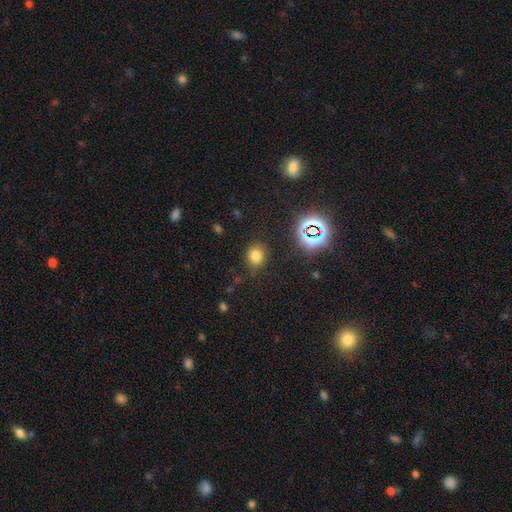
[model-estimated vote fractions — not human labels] Smooth or featured? Predicted: smooth (p=0.73). How rounded? Predicted: round (p=0.72). Merging? Predicted: none (p=0.79).